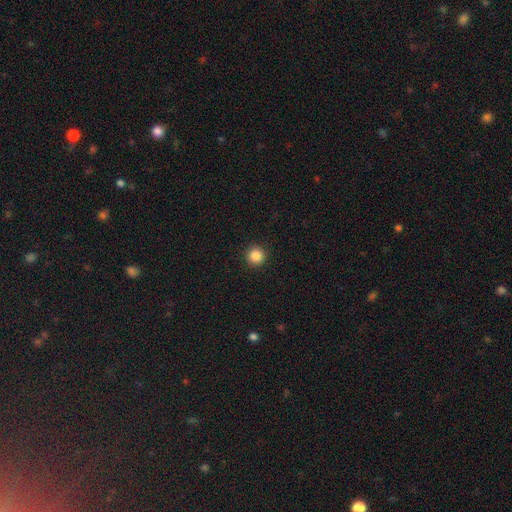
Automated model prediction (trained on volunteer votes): A smooth galaxy with no disk features (86%) that is round (96%).

Vote fractions:
- Smooth or featured? smooth: 86% / star or artifact: 11% / featured or disk: 3%
- How rounded? round: 96% / in between: 3% / cigar-shaped: 1%
- Merging? none: 93% / minor disturbance: 5% / major disturbance: 2% / merger: 1%